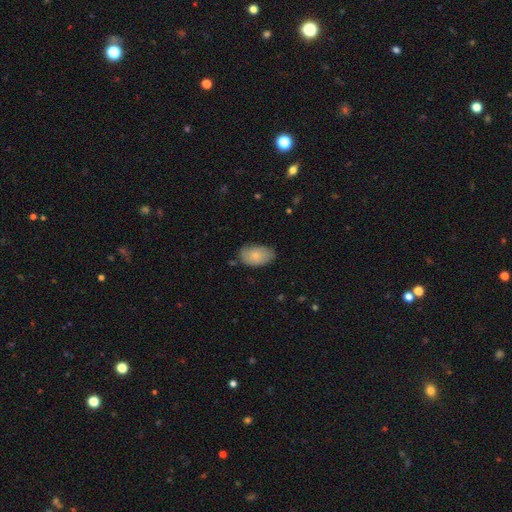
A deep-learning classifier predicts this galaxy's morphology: smooth-or-featured: smooth: 75% | featured or disk: 18% | star or artifact: 6%
  how-rounded: in between: 92% | round: 6% | cigar-shaped: 1%
  merging: none: 72% | minor disturbance: 22% | major disturbance: 4% | merger: 2%